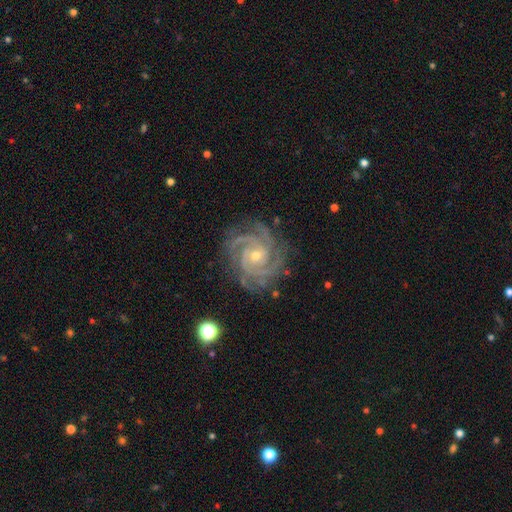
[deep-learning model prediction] Morphology: type=featured or disk (93%); edge-on=no (98%); bar=no (67%); spiral arms=yes (99%); winding=tight (77%); arm count=3 (33%); bulge=small (65%); merging=none (80%).